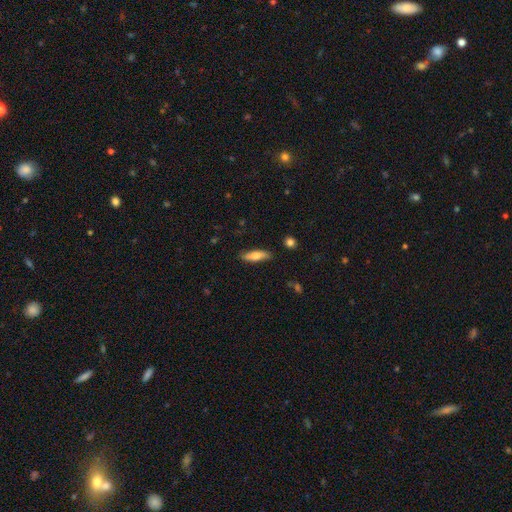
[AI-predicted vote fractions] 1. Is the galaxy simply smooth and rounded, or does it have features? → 67% smooth, 27% featured or disk, 6% star or artifact.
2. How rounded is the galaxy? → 55% cigar-shaped, 43% in between, 2% round.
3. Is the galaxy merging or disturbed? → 84% none, 12% minor disturbance, 2% major disturbance, 1% merger.